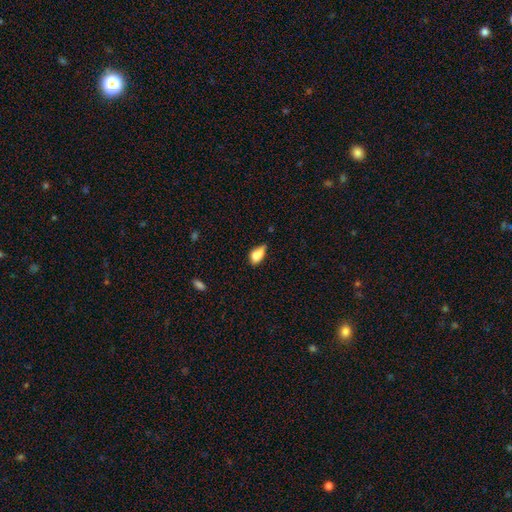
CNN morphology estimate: Smooth or featured: smooth — 79% (featured or disk — 12%)
How rounded: in between — 86% (cigar-shaped — 7%)
Merging: minor disturbance — 47% (none — 31%)